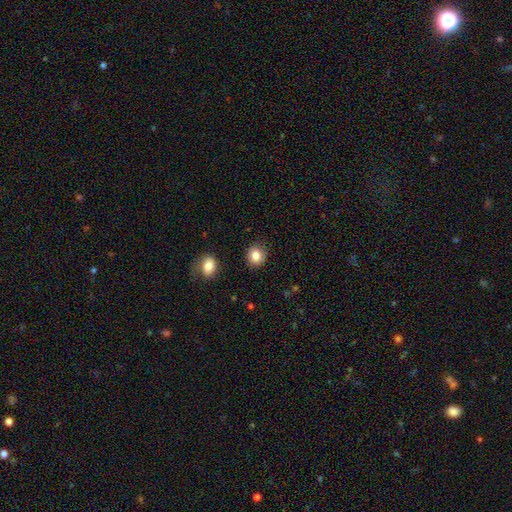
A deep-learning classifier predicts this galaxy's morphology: type=smooth (84%); roundness=round (79%); merging=none (87%).